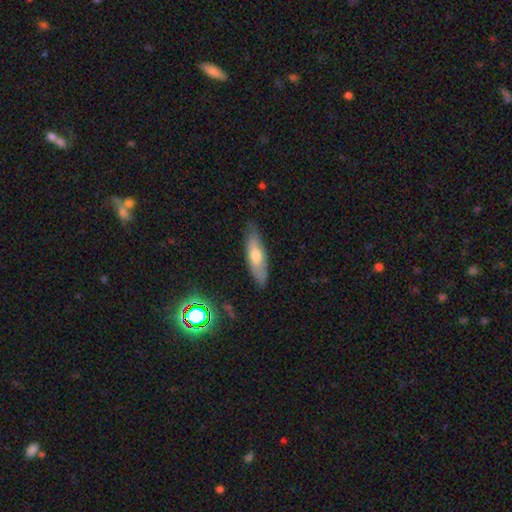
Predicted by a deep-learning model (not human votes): Smooth or featured? smooth (57%)
How rounded? cigar-shaped (51%)
Merging? none (81%)